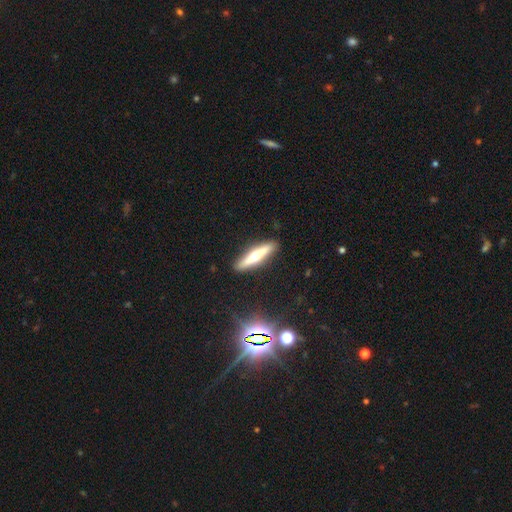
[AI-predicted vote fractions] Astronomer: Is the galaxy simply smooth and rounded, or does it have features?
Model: featured or disk — 49% (runner-up: smooth, 44%).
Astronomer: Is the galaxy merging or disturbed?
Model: none — 90%.